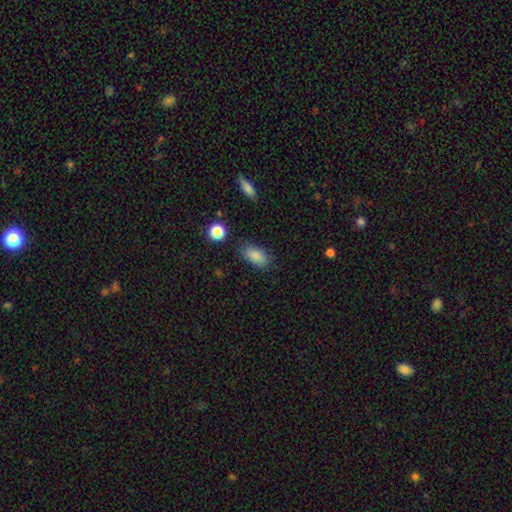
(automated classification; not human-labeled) smooth_or_featured: smooth (p=0.86) [alt: star or artifact p=0.09]
how_rounded: in between (p=0.90) [alt: round p=0.06]
merging: none (p=0.79) [alt: minor disturbance p=0.15]